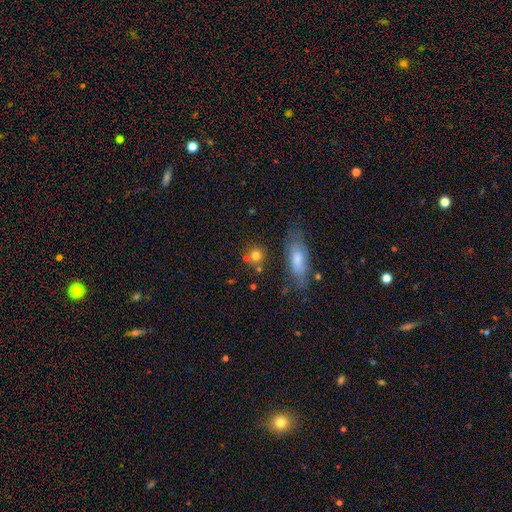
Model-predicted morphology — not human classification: smooth_or_featured: smooth (p=0.76) [alt: star or artifact p=0.13]
how_rounded: round (p=0.81) [alt: in between p=0.15]
merging: none (p=0.68) [alt: merger p=0.16]